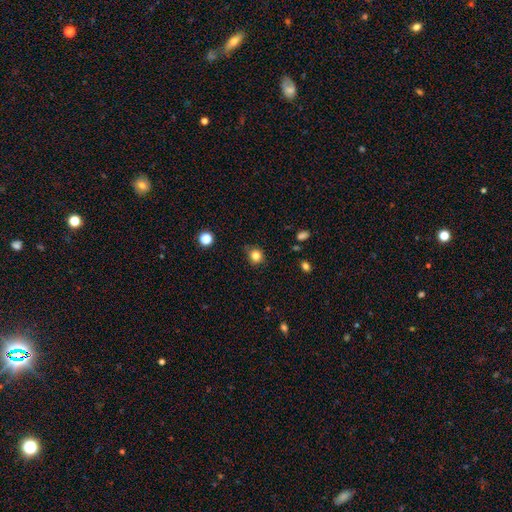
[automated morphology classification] A smooth galaxy with no disk features (83%) that is round (81%). Merging: none (77%).